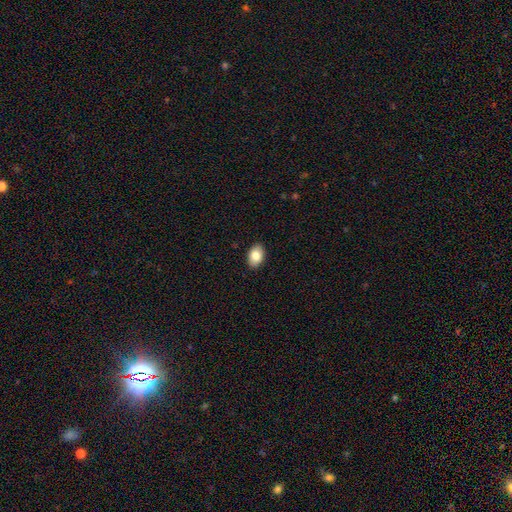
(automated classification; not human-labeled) A smooth galaxy with no disk features (83%) that is in between round and cigar-shaped (87%). Merging: none (90%).